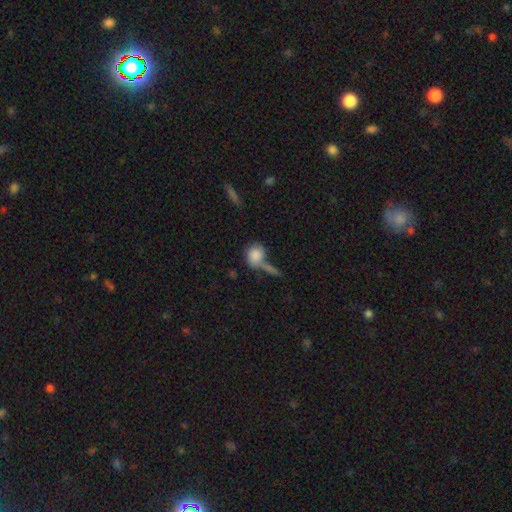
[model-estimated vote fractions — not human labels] Smooth or featured: smooth — 81% (featured or disk — 11%)
How rounded: round — 66% (in between — 31%)
Merging: none — 40% (merger — 34%)